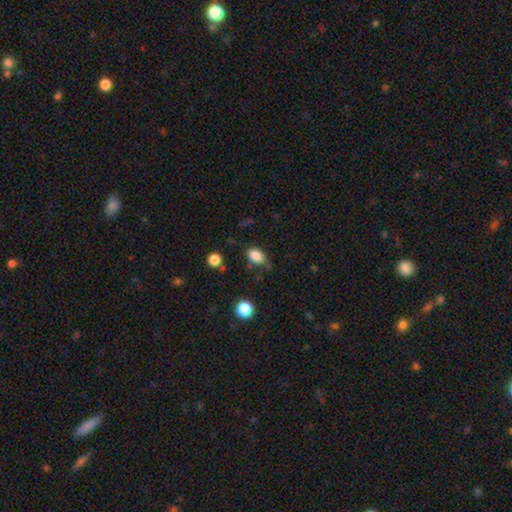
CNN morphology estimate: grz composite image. It shows a smooth galaxy with no disk features (85%) that is in between round and cigar-shaped (79%). Merging: none (70%).